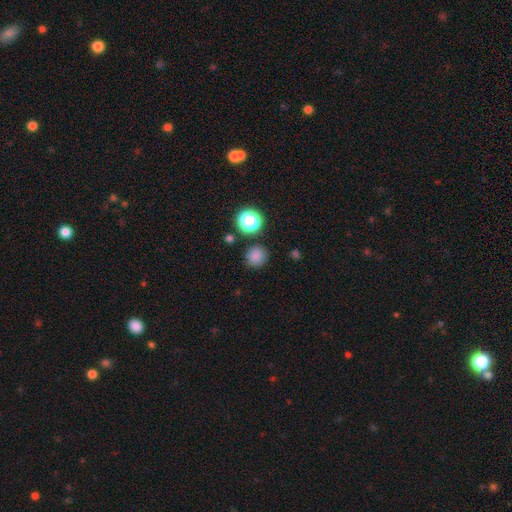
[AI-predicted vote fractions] smooth 80%, star or artifact 15%, featured or disk 5%. Down the decision tree: how rounded — round (92%); merging — none (83%).